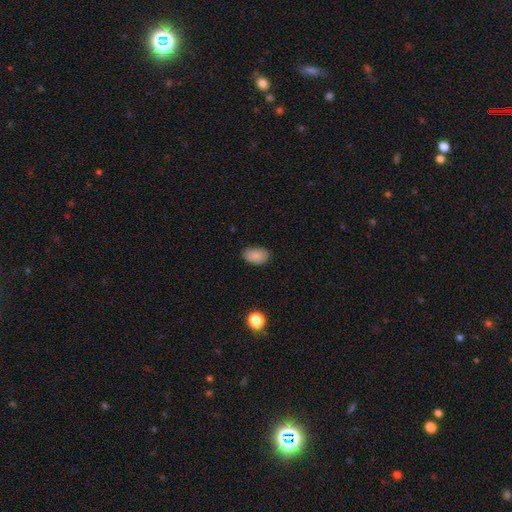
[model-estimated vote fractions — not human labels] smooth 87%, star or artifact 9%, featured or disk 5%. Down the decision tree: how rounded — in between (88%); merging — none (83%).